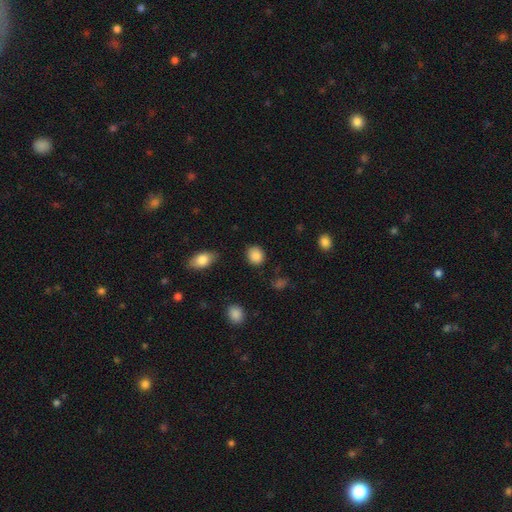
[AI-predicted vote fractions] Smooth or featured? Predicted: smooth (p=0.88). How rounded? Predicted: round (p=0.72). Merging? Predicted: none (p=0.86).